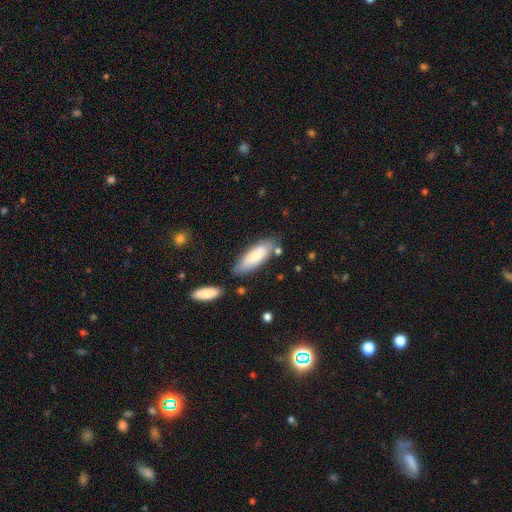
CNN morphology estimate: smooth_or_featured: smooth (p=0.77) [alt: featured or disk p=0.17]
how_rounded: in between (p=0.63) [alt: cigar-shaped p=0.35]
merging: none (p=0.70) [alt: minor disturbance p=0.18]